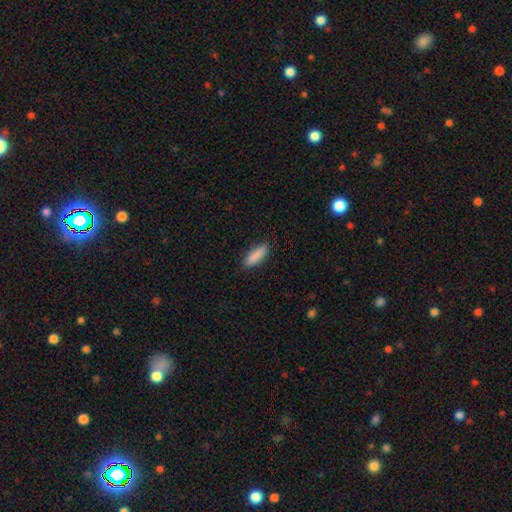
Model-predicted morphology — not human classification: This is clearly a smooth galaxy (88%). How rounded: possibly in between (50%). Merging: clearly none (87%).